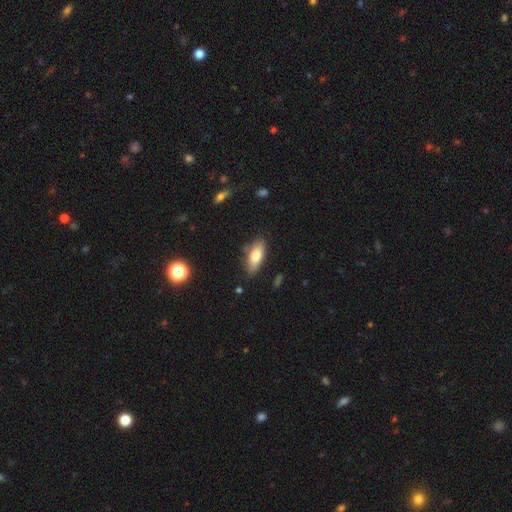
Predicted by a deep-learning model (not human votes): smooth-or-featured: smooth: 76% | featured or disk: 17% | star or artifact: 7%
  how-rounded: in between: 79% | cigar-shaped: 18% | round: 3%
  merging: none: 79% | minor disturbance: 15% | major disturbance: 3% | merger: 3%